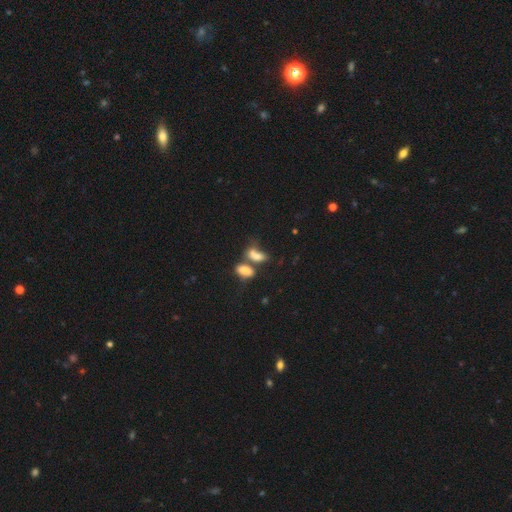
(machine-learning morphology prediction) This is likely a smooth galaxy (75%). How rounded: clearly in between (85%). Merging: possibly merger (58%).